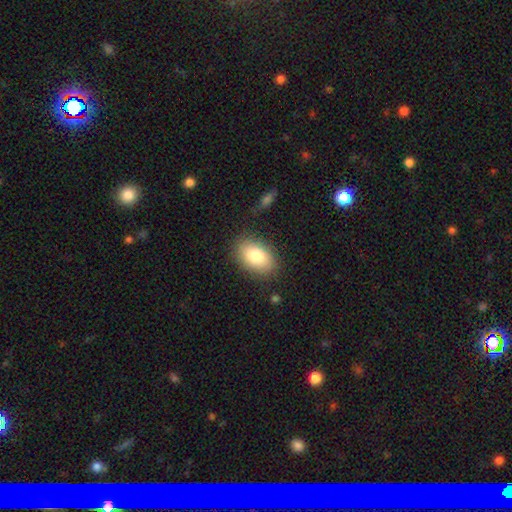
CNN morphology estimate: Smooth or featured? smooth (83%)
How rounded? in between (89%)
Merging? none (82%)